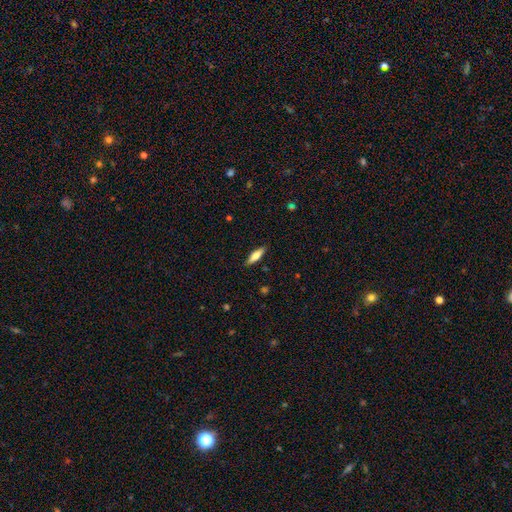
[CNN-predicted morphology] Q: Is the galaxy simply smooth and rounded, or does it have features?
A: smooth — 65%.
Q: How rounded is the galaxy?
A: cigar-shaped — 60%.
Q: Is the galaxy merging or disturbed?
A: none — 88%.